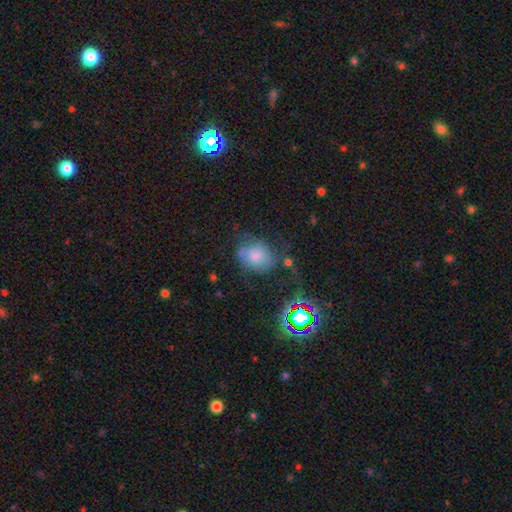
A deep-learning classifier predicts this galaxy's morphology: Smooth or featured: smooth — 56% (featured or disk — 30%)
How rounded: round — 50% (in between — 49%)
Merging: none — 44% (minor disturbance — 26%)